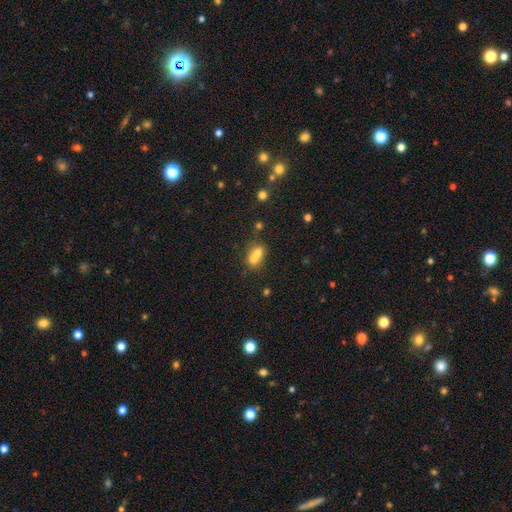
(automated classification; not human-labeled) Smooth or featured? smooth (66%)
How rounded? round (51%)
Merging? merger (70%)